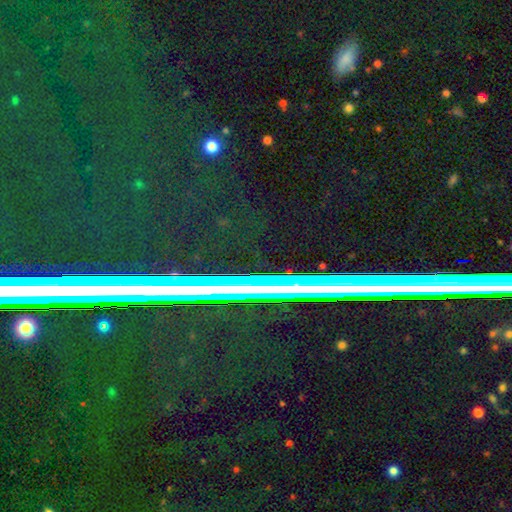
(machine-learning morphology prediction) This appears to be a star or artifact, not a galaxy (71%).